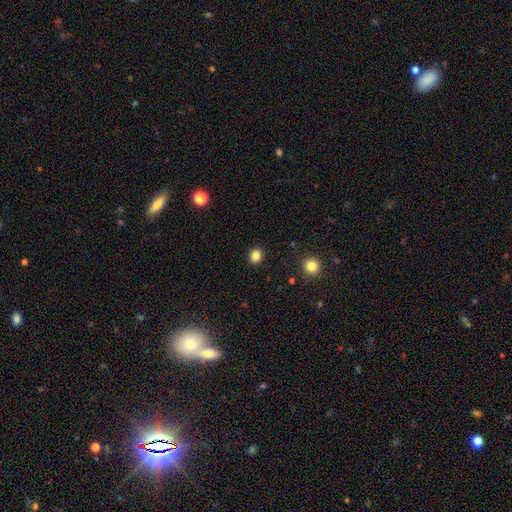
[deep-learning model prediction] A smooth galaxy with no disk features (84%) that is round (78%).

Vote fractions:
- Smooth or featured? smooth: 84% / star or artifact: 12% / featured or disk: 4%
- How rounded? round: 78% / in between: 21% / cigar-shaped: 1%
- Merging? none: 90% / minor disturbance: 6% / major disturbance: 2% / merger: 1%